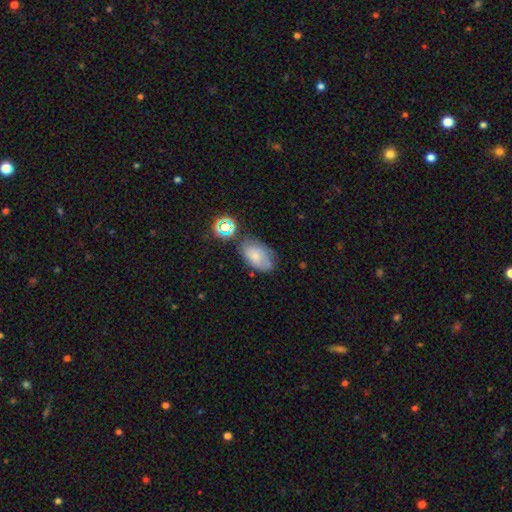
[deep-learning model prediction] smooth_or_featured: smooth (p=0.64) [alt: featured or disk p=0.22]
how_rounded: in between (p=0.88) [alt: round p=0.10]
merging: none (p=0.56) [alt: minor disturbance p=0.26]